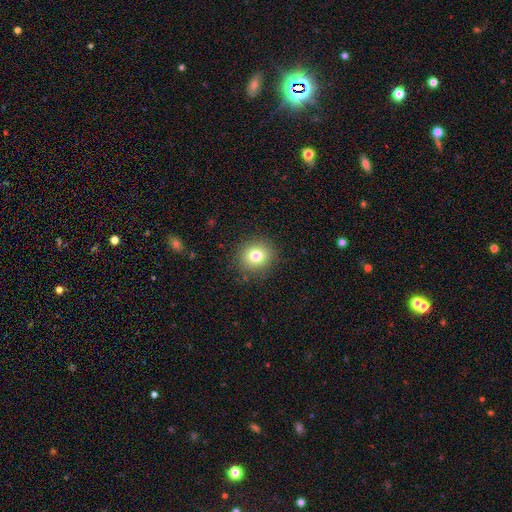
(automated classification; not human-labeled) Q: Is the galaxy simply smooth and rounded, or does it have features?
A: smooth — 79%.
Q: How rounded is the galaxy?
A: round — 86%.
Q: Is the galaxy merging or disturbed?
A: none — 88%.